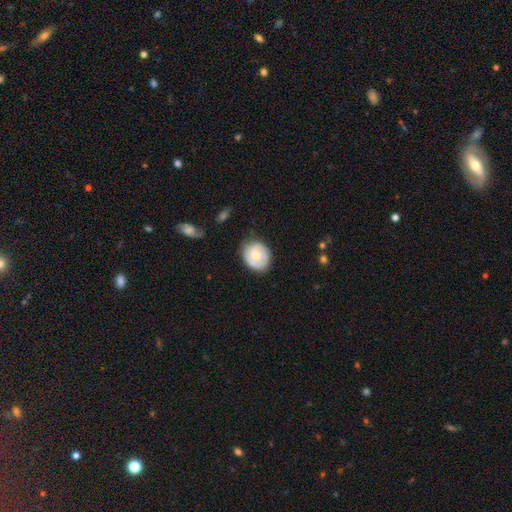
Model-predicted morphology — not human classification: type=smooth (57%); roundness=round (71%); merging=none (70%).